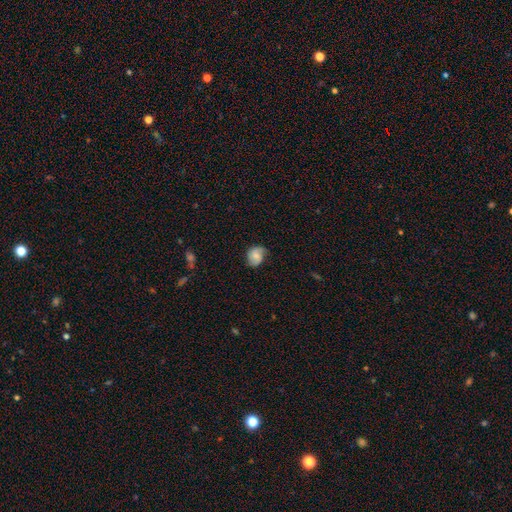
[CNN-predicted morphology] Overall: smooth (58%; featured or disk 34%). How rounded: round (57%; in between 42%). Merging: none (63%; minor disturbance 28%).